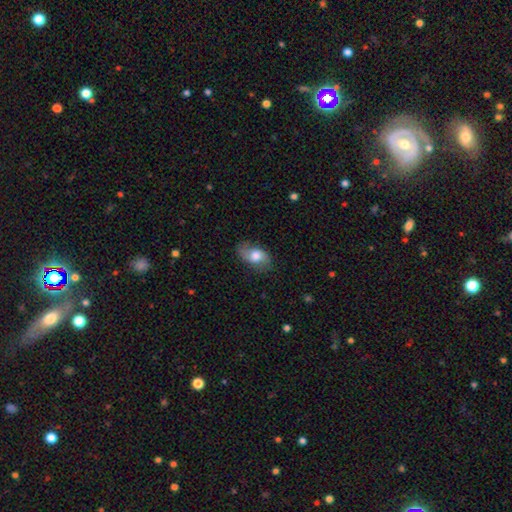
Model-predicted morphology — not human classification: Overall: smooth (56%; featured or disk 37%). How rounded: in between (88%). Merging: none (74%).